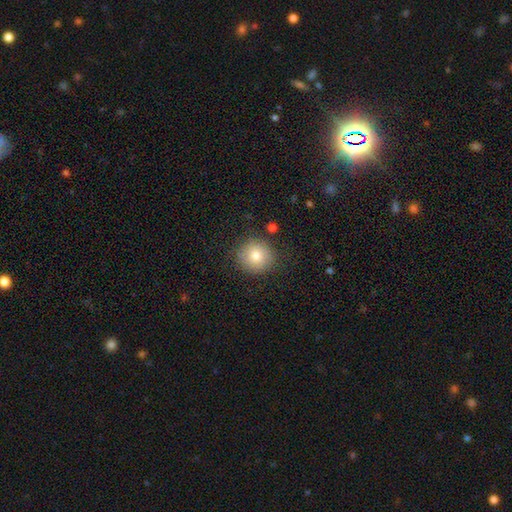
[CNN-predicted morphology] A smooth galaxy with no disk features (80%) that is round (93%).

Vote fractions:
- Smooth or featured? smooth: 80% / featured or disk: 10% / star or artifact: 10%
- How rounded? round: 93% / in between: 6% / cigar-shaped: 1%
- Merging? none: 86% / minor disturbance: 9% / major disturbance: 3% / merger: 2%